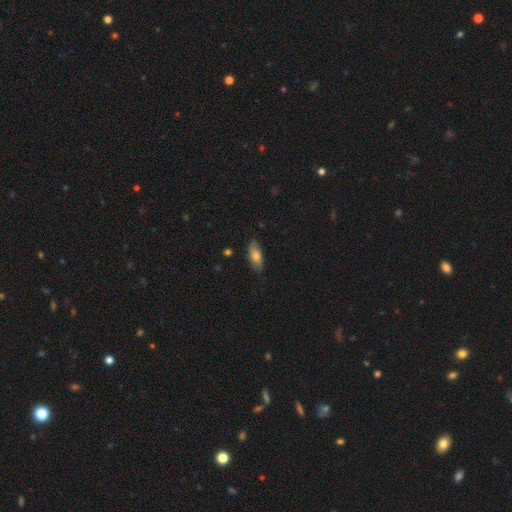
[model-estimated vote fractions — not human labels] The model was most divided on "smooth or featured": smooth: 74%, featured or disk: 19%, star or artifact: 7%. More confident: merging — none (82%); how rounded — in between (79%).